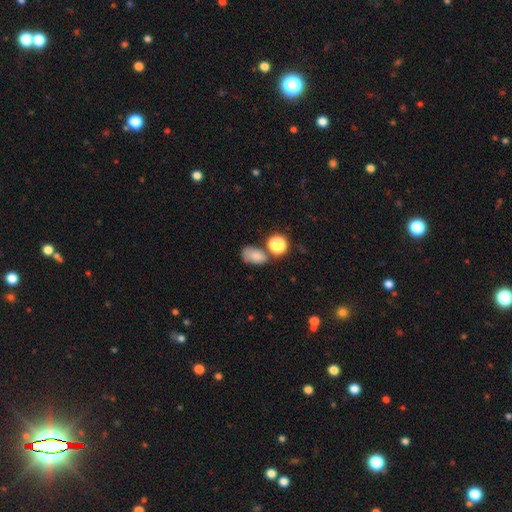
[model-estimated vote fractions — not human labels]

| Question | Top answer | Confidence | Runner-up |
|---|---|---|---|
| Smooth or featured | smooth | 78% | star or artifact (13%) |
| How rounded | in between | 83% | round (15%) |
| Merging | none | 51% | minor disturbance (21%) |